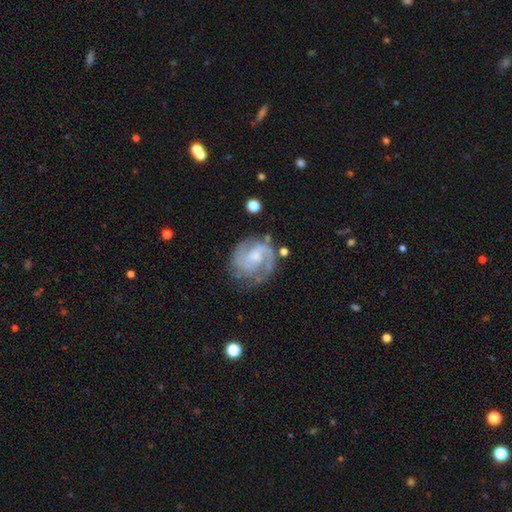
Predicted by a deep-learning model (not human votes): The model was most divided on "spiral winding": medium: 45%, tight: 44%, loose: 11%. Remaining: edge-on disk — no (98%); spiral arms — yes (96%); smooth or featured — featured or disk (85%); merging — none (70%); spiral arm count — 2 (69%); bar — no (50%); bulge size — small (45%).